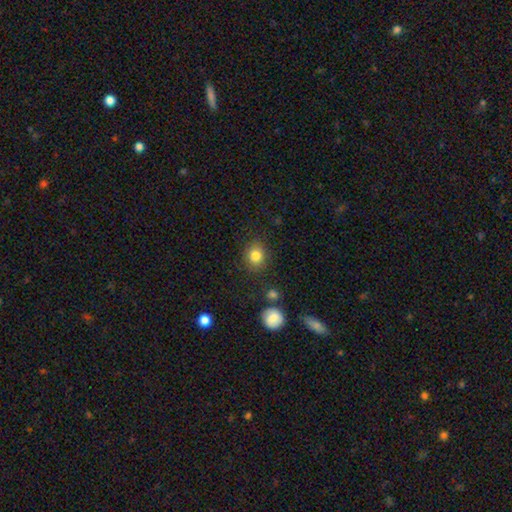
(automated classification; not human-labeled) smooth 83%, star or artifact 11%, featured or disk 7%. Down the decision tree: how rounded — round (76%); merging — none (85%).